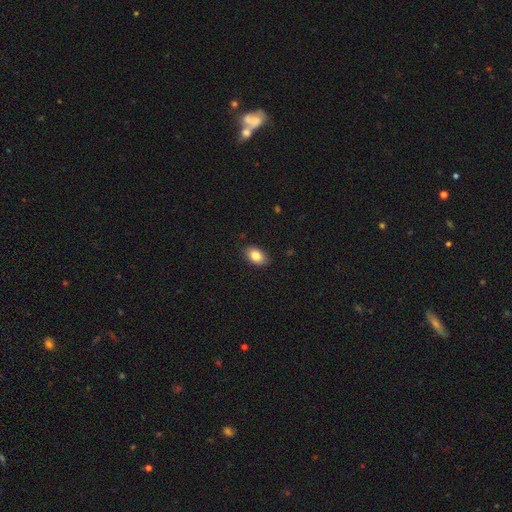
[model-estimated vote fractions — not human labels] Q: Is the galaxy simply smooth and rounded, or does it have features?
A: smooth — 84%.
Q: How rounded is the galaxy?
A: in between — 89%.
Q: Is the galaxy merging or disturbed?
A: none — 88%.